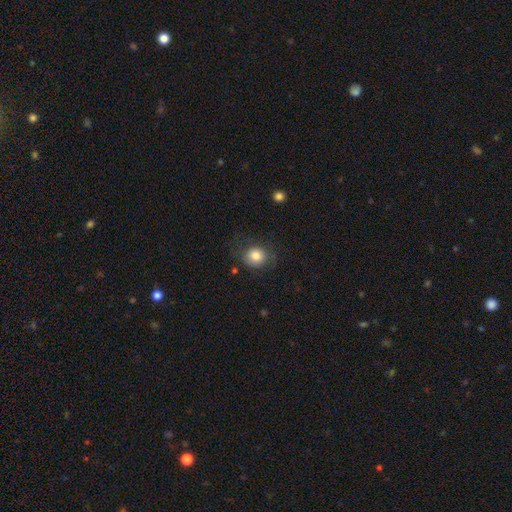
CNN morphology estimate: Q: Smooth or featured?
A: smooth (82%); runner-up: star or artifact (9%)
Q: How rounded?
A: round (78%); runner-up: in between (21%)
Q: Merging?
A: none (72%); runner-up: minor disturbance (18%)